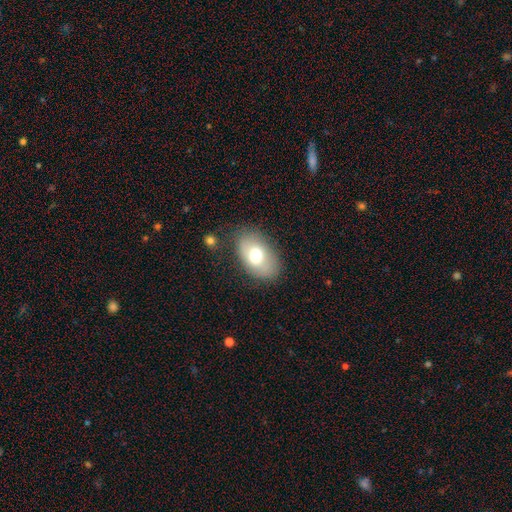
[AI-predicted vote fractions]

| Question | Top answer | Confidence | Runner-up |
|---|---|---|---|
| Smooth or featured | smooth | 69% | featured or disk (22%) |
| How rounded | in between | 88% | round (11%) |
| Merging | none | 76% | minor disturbance (16%) |